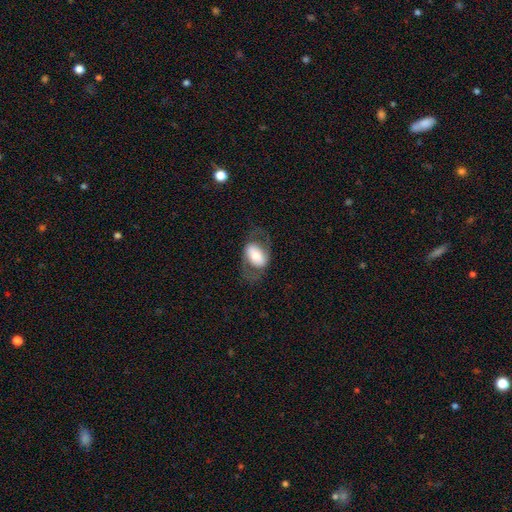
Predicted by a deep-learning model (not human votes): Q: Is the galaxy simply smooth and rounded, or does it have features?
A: featured or disk — 47%, tied with smooth.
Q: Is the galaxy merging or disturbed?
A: none — 62%.